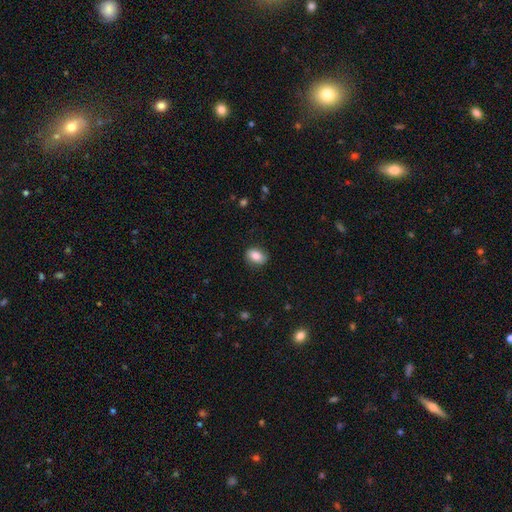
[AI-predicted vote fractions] Smooth or featured? smooth (85%)
How rounded? in between (79%)
Merging? none (84%)